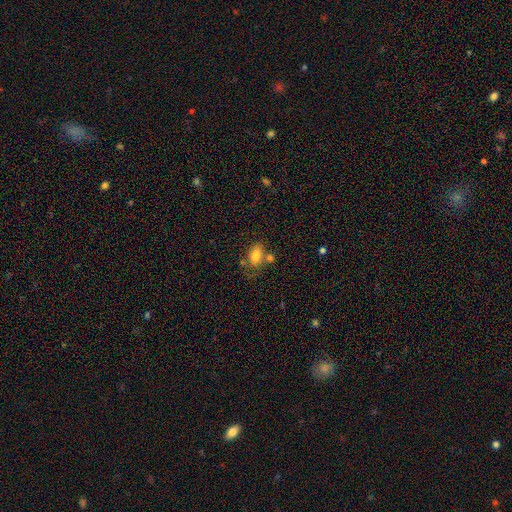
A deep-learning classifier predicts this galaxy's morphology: Smooth or featured: smooth — 78% (featured or disk — 13%)
How rounded: in between — 87% (round — 9%)
Merging: none — 52% (merger — 22%)